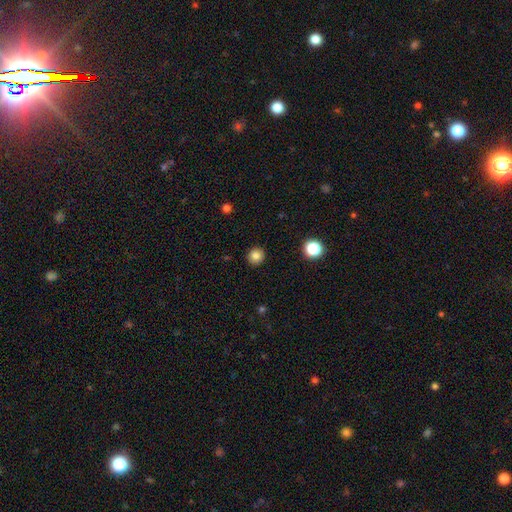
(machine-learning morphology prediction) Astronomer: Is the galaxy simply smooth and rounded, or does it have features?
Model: smooth — 83%.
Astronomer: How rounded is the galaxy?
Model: round — 92%.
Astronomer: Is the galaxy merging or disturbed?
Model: none — 91%.